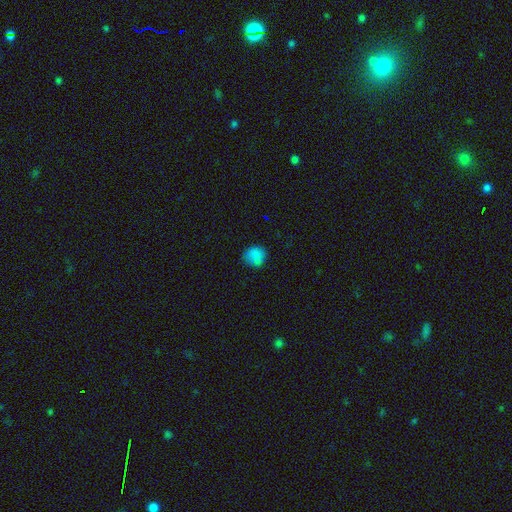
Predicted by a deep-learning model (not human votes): This is clearly a smooth galaxy (81%). How rounded: clearly round (81%). Merging: likely none (72%).